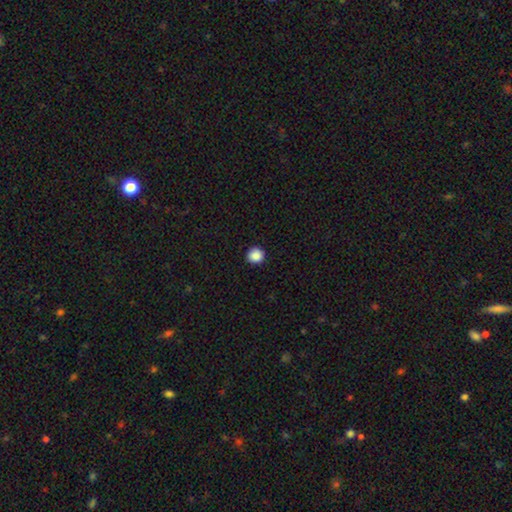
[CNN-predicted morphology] This appears to be a smooth galaxy with no disk features (88%) that is round (94%). Merging: none (91%).